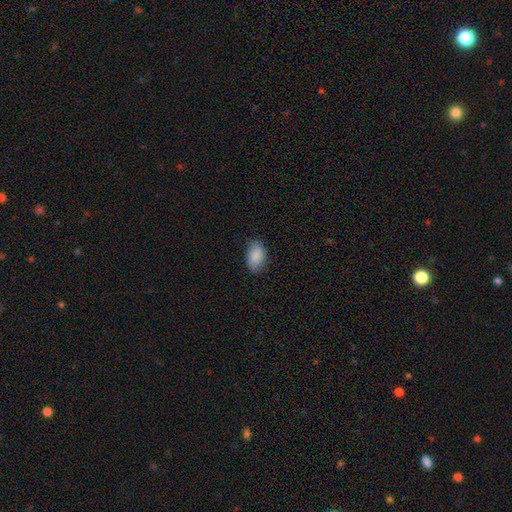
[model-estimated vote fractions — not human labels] Overall: smooth (89%). How rounded: in between (91%). Merging: none (83%).